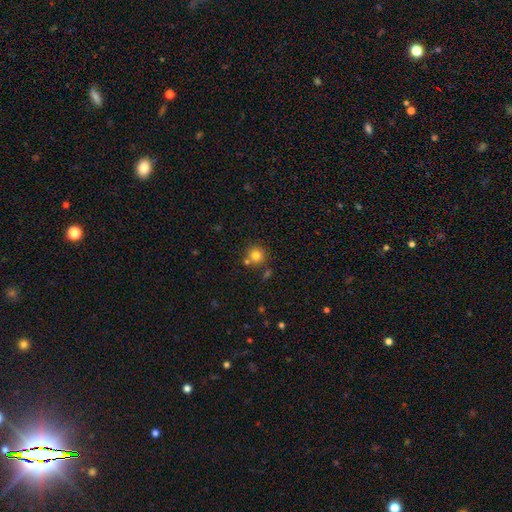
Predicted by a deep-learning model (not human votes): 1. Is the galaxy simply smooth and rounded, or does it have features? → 79% smooth, 13% star or artifact, 8% featured or disk.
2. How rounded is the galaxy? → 92% round, 7% in between, 1% cigar-shaped.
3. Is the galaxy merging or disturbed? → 72% none, 16% merger, 9% minor disturbance, 3% major disturbance.